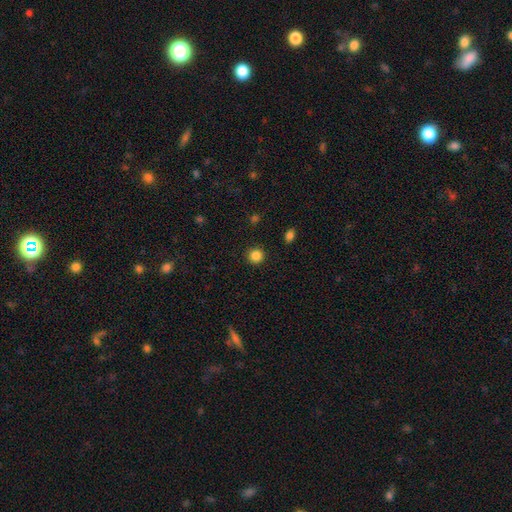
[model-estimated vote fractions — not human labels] A smooth galaxy with no disk features (85%) that is round (93%). Merging: none (91%).